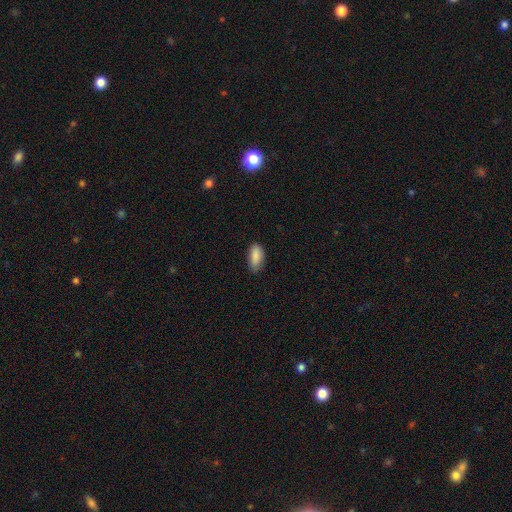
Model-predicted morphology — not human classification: Smooth or featured?
  - smooth: 89% *
  - star or artifact: 7%
  - featured or disk: 5%
How rounded?
  - in between: 89% *
  - cigar-shaped: 9%
  - round: 2%
Merging?
  - none: 79% *
  - minor disturbance: 18%
  - major disturbance: 3%
  - merger: 1%